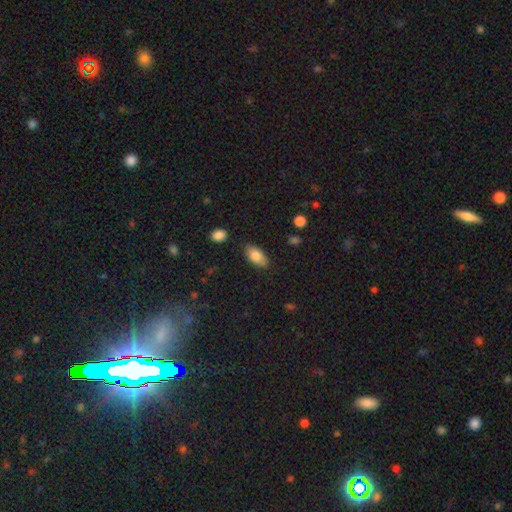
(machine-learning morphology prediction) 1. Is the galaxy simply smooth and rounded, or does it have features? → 83% smooth, 10% featured or disk, 7% star or artifact.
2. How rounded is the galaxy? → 91% in between, 6% cigar-shaped, 3% round.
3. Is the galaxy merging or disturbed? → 82% none, 13% minor disturbance, 3% major disturbance, 2% merger.